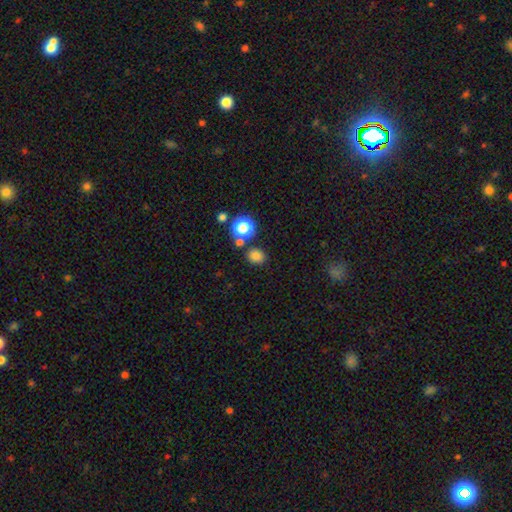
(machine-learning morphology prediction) smooth_or_featured: smooth (p=0.78) [alt: star or artifact p=0.17]
how_rounded: round (p=0.64) [alt: in between p=0.35]
merging: none (p=0.76) [alt: merger p=0.11]